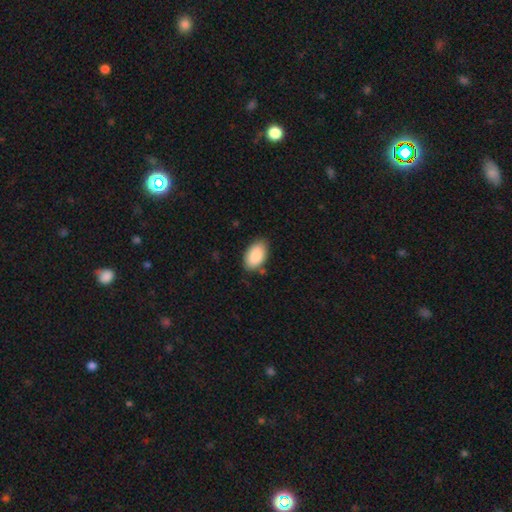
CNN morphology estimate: Q: Smooth or featured?
A: smooth (89%); runner-up: star or artifact (6%)
Q: How rounded?
A: in between (94%); runner-up: round (5%)
Q: Merging?
A: none (79%); runner-up: minor disturbance (16%)